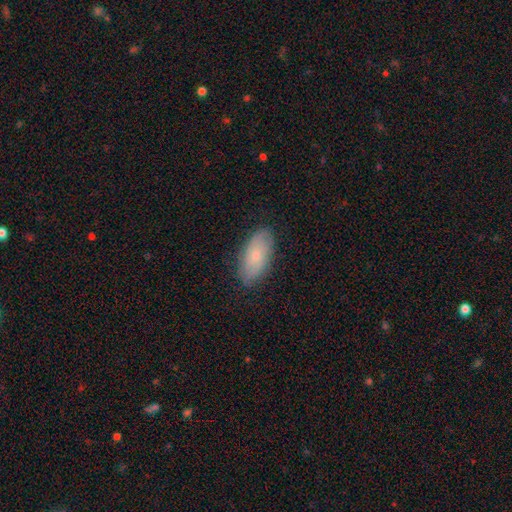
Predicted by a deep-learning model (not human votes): This is likely a smooth galaxy (69%). How rounded: clearly in between (91%). Merging: clearly none (84%).